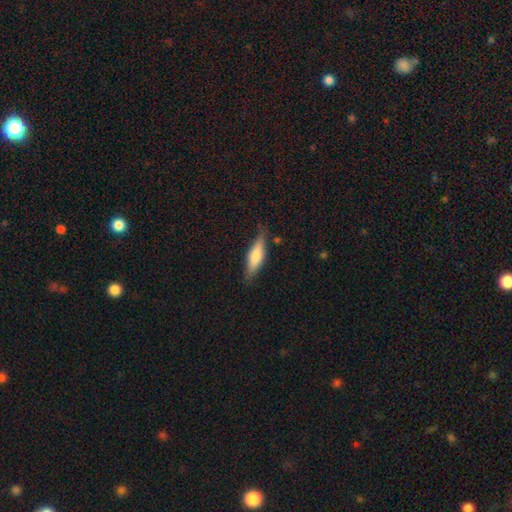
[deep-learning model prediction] This is likely a smooth galaxy (67%). How rounded: possibly cigar-shaped (57%). Merging: likely none (75%).